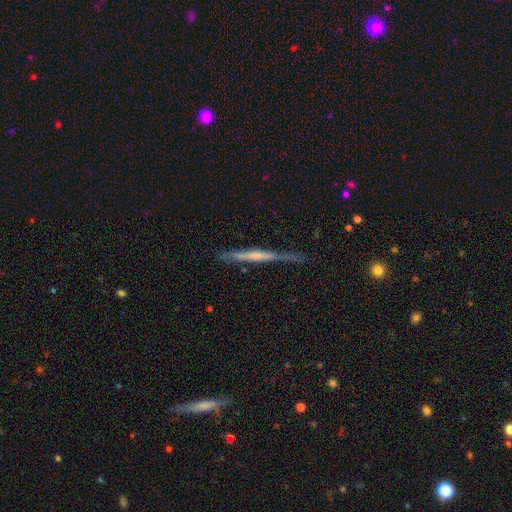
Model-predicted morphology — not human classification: A featured or disk galaxy (65%) viewed edge-on (96%) with no central bulge (53%). Merging: none (74%).